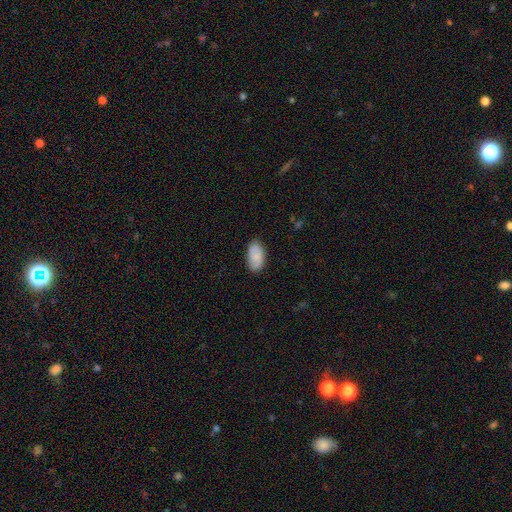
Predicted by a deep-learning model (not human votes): Smooth or featured: smooth — 80% (featured or disk — 14%)
How rounded: in between — 95% (round — 3%)
Merging: none — 83% (minor disturbance — 13%)